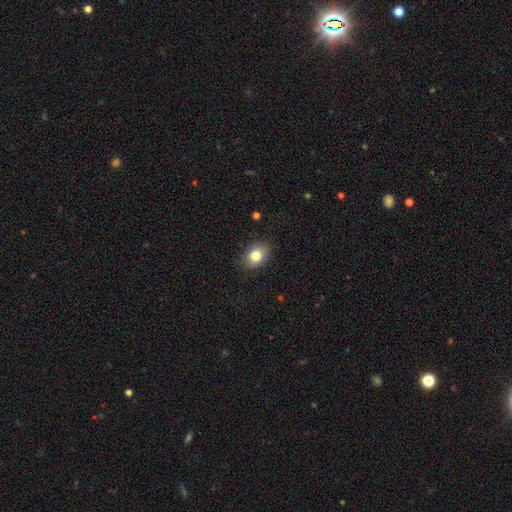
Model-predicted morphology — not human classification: smooth_or_featured: smooth (p=0.80) [alt: featured or disk p=0.11]
how_rounded: in between (p=0.70) [alt: round p=0.29]
merging: none (p=0.85) [alt: minor disturbance p=0.11]